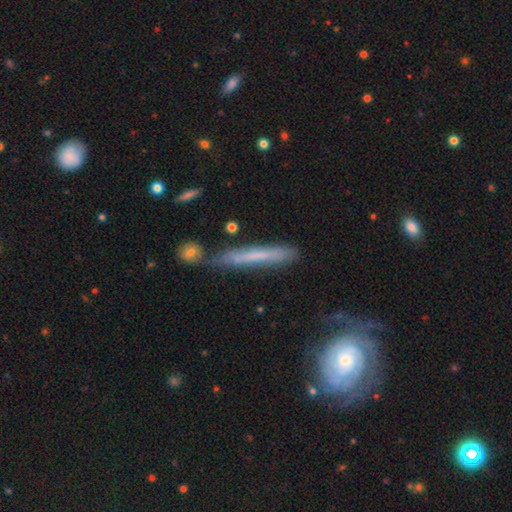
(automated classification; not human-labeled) Overall: smooth (48%; featured or disk 45%). Merging: none (68%).